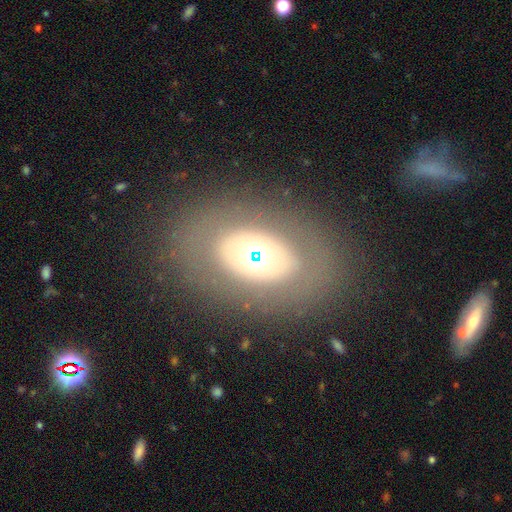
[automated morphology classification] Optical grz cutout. It shows a featured or disk galaxy (45%). Merging: none (80%).